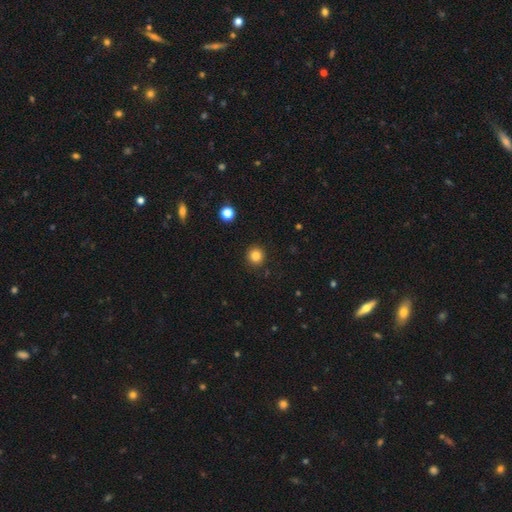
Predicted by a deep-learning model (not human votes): A smooth galaxy with no disk features (84%) that is round (94%). Merging: none (91%).